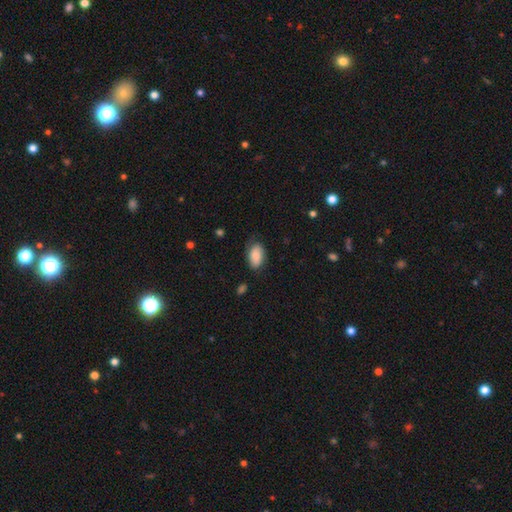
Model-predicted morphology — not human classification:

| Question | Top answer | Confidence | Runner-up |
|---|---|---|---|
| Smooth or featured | smooth | 80% | featured or disk (13%) |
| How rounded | in between | 92% | round (6%) |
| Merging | none | 72% | minor disturbance (22%) |